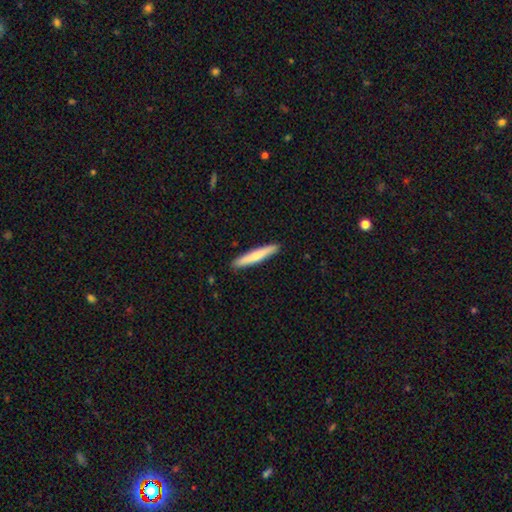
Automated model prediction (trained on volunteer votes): smooth_or_featured: smooth (p=0.67) [alt: featured or disk p=0.29]
how_rounded: cigar-shaped (p=0.94) [alt: in between p=0.04]
merging: none (p=0.91) [alt: minor disturbance p=0.06]